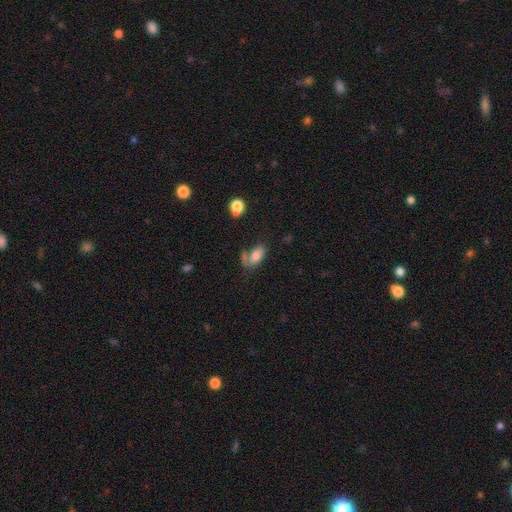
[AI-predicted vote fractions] Smooth or featured? smooth (78%)
How rounded? in between (90%)
Merging? none (47%)